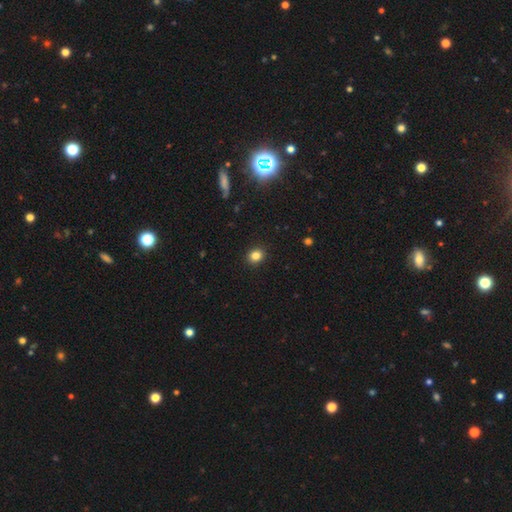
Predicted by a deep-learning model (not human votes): smooth_or_featured: smooth (p=0.83) [alt: star or artifact p=0.12]
how_rounded: round (p=0.75) [alt: in between p=0.24]
merging: none (p=0.91) [alt: minor disturbance p=0.06]